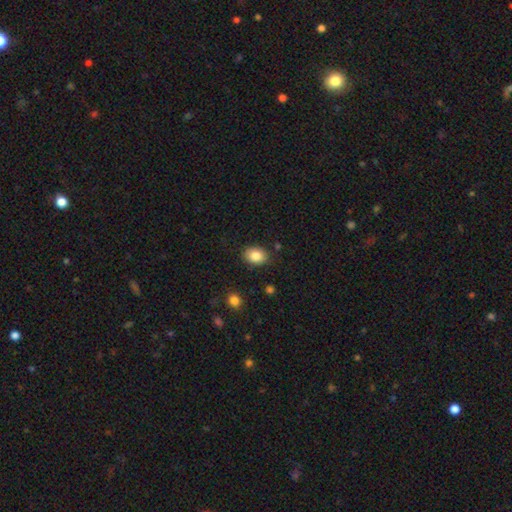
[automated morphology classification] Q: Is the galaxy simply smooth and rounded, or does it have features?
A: smooth — 85%.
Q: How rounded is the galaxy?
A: in between — 68%.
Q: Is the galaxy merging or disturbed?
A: none — 85%.